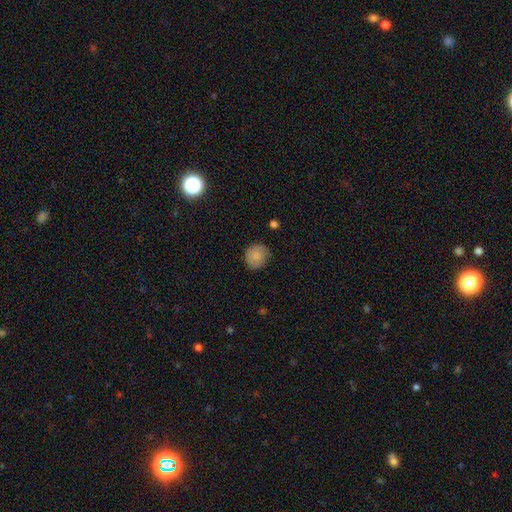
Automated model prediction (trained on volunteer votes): Smooth or featured?
  - smooth: 78% *
  - featured or disk: 14%
  - star or artifact: 8%
How rounded?
  - round: 86% *
  - in between: 13%
  - cigar-shaped: 1%
Merging?
  - none: 75% *
  - minor disturbance: 19%
  - major disturbance: 5%
  - merger: 1%